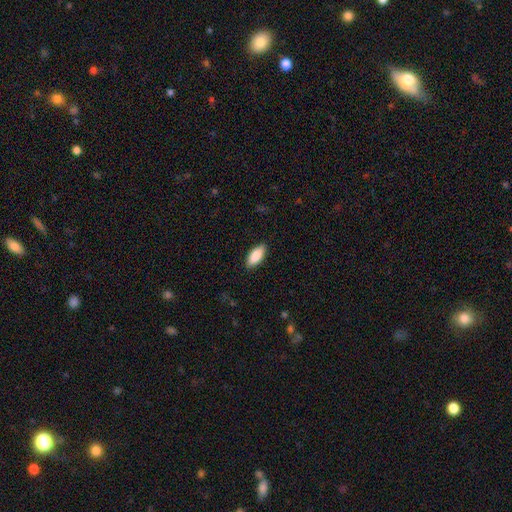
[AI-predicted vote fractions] Overall: smooth (87%). How rounded: in between (86%). Merging: none (89%).